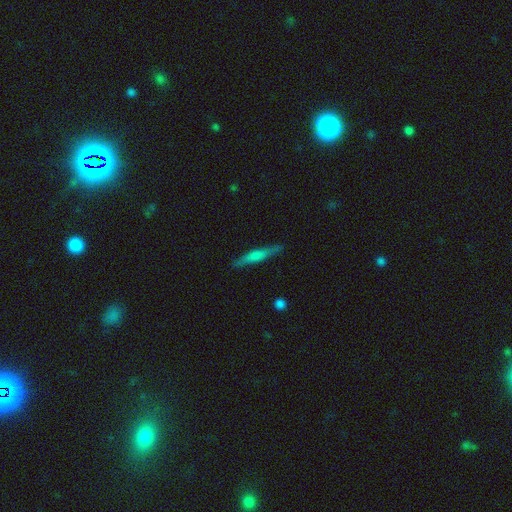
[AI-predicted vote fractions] smooth-or-featured: featured or disk: 49% | smooth: 44% | star or artifact: 7%
  merging: none: 87% | minor disturbance: 9% | major disturbance: 2% | merger: 1%